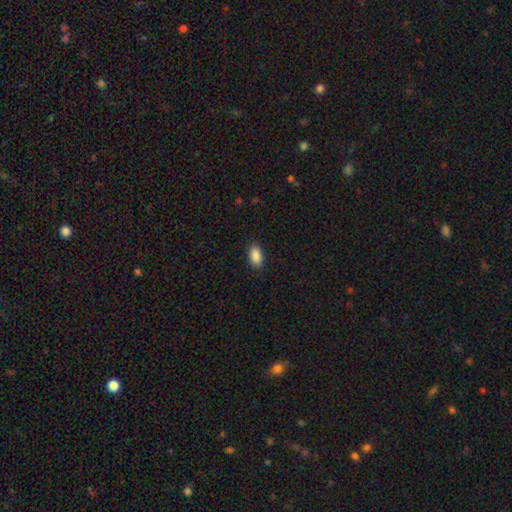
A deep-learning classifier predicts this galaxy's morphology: This appears to be a smooth galaxy with no disk features (90%) that is in between round and cigar-shaped (93%). Merging: none (89%).